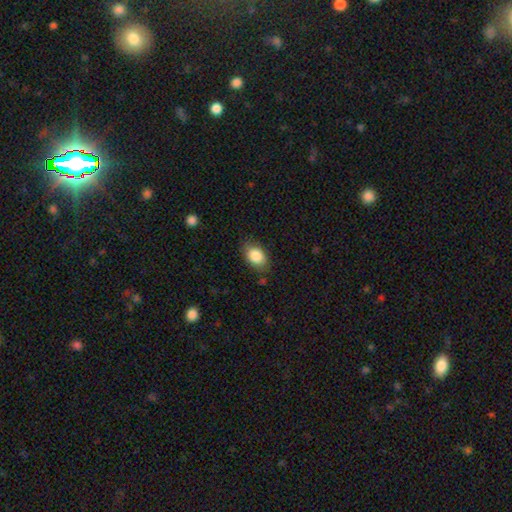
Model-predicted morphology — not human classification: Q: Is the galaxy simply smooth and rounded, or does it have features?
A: smooth — 86%.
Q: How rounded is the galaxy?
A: in between — 83%.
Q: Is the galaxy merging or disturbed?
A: none — 80%.